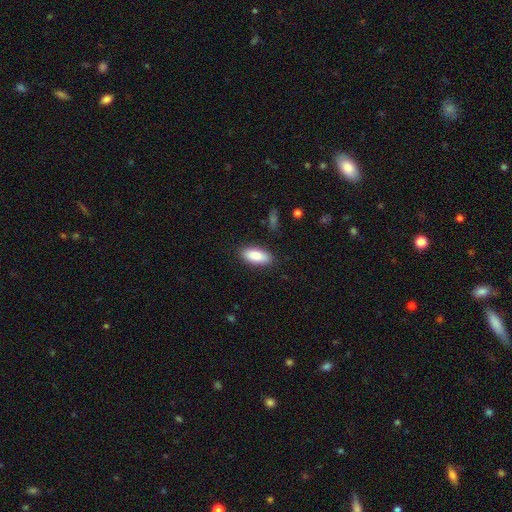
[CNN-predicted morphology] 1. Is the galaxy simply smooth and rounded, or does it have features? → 87% smooth, 7% featured or disk, 6% star or artifact.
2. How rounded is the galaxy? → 86% in between, 12% cigar-shaped, 2% round.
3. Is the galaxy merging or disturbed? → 87% none, 9% minor disturbance, 2% major disturbance, 1% merger.